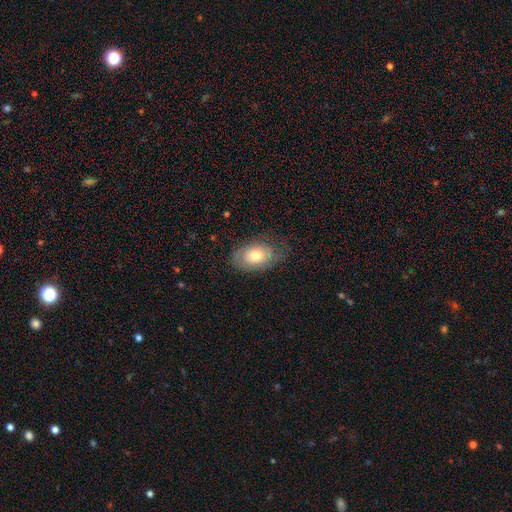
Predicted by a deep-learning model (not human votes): Overall: smooth (72%). How rounded: in between (90%). Merging: none (68%).